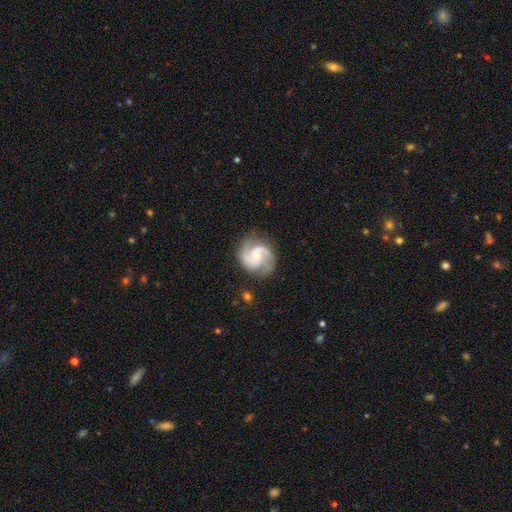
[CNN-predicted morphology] Q: Smooth or featured?
A: featured or disk (89%); runner-up: smooth (6%)
Q: Edge-on disk?
A: no (98%); runner-up: yes (2%)
Q: Bar?
A: no (54%); runner-up: weak (38%)
Q: Spiral arms?
A: yes (98%); runner-up: no (2%)
Q: Spiral winding?
A: medium (58%); runner-up: tight (25%)
Q: Spiral arm count?
A: 2 (90%); runner-up: 3 (4%)
Q: Bulge size?
A: small (55%); runner-up: moderate (33%)
Q: Merging?
A: none (80%); runner-up: minor disturbance (14%)